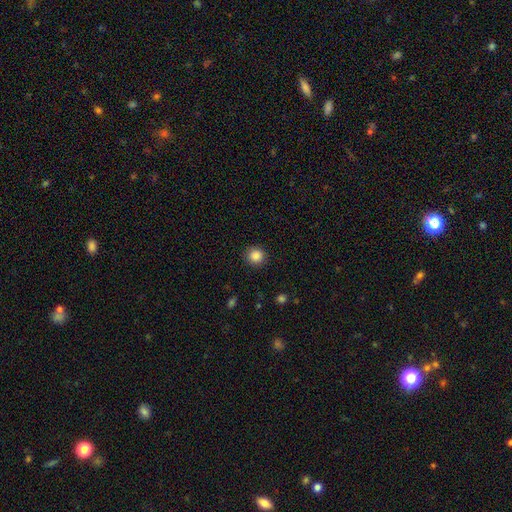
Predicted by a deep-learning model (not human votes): smooth_or_featured: smooth (p=0.87) [alt: star or artifact p=0.10]
how_rounded: round (p=0.92) [alt: in between p=0.07]
merging: none (p=0.91) [alt: minor disturbance p=0.06]